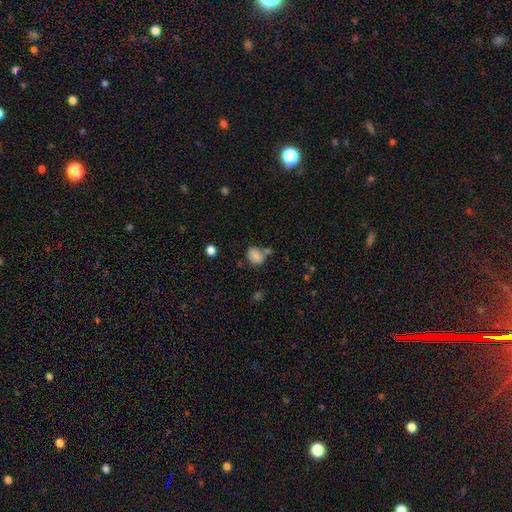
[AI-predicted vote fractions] Q: Smooth or featured?
A: smooth (82%); runner-up: star or artifact (10%)
Q: How rounded?
A: in between (52%); runner-up: round (47%)
Q: Merging?
A: none (48%); runner-up: merger (22%)